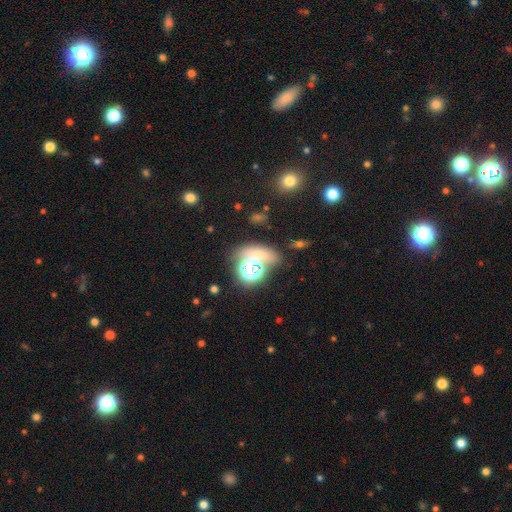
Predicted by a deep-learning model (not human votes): This is marginally a smooth galaxy (42%). Merging: possibly none (48%).